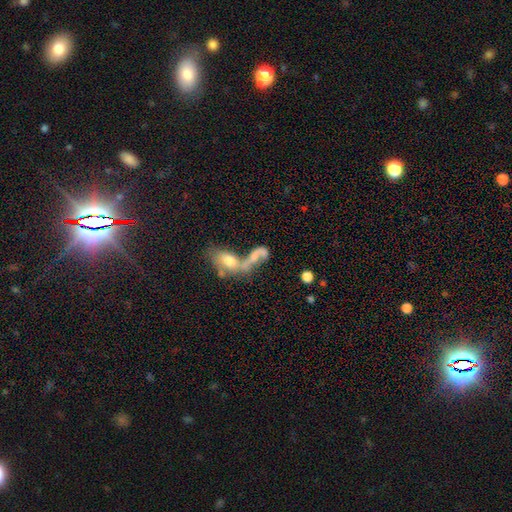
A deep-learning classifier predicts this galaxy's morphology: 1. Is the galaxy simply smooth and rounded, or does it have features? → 50% smooth, 39% featured or disk, 11% star or artifact.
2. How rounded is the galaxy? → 72% in between, 19% cigar-shaped, 9% round.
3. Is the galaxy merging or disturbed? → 71% merger, 12% major disturbance, 11% none, 6% minor disturbance.